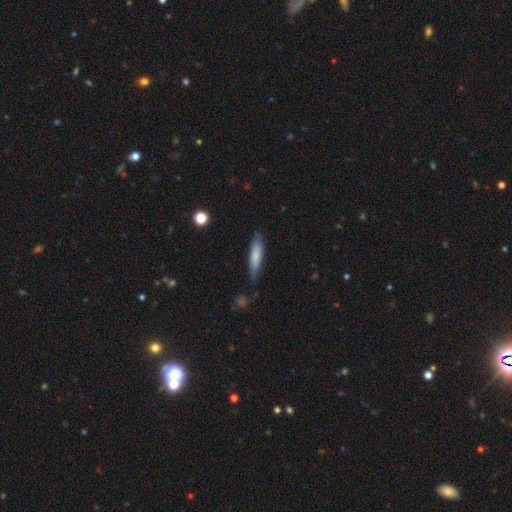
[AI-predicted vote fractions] smooth_or_featured: smooth (p=0.74) [alt: featured or disk p=0.20]
how_rounded: cigar-shaped (p=0.76) [alt: in between p=0.22]
merging: none (p=0.73) [alt: minor disturbance p=0.21]